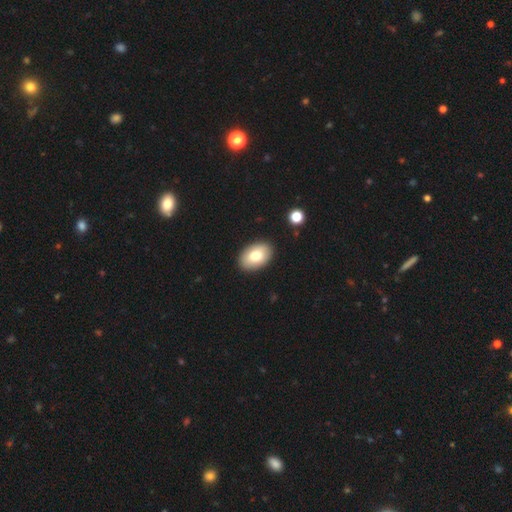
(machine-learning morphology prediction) Smooth or featured: smooth — 78% (featured or disk — 16%)
How rounded: in between — 90% (round — 9%)
Merging: none — 90% (minor disturbance — 7%)